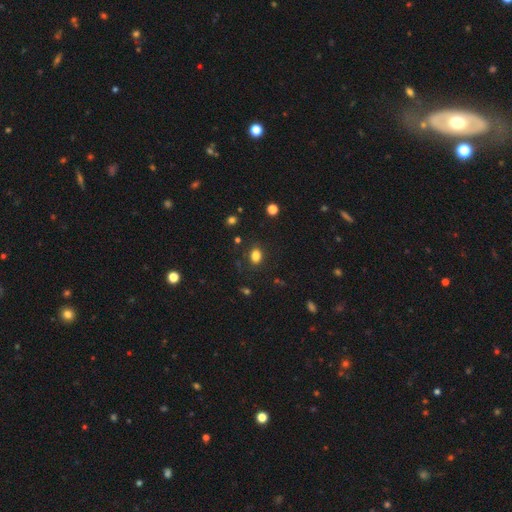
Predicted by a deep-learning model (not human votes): Smooth or featured? Predicted: smooth (p=0.82). How rounded? Predicted: in between (p=0.71). Merging? Predicted: none (p=0.83).